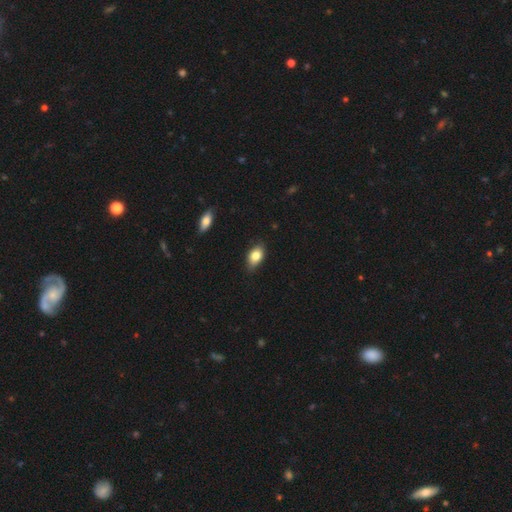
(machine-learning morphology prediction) Smooth or featured: smooth — 81% (featured or disk — 11%)
How rounded: in between — 88% (round — 9%)
Merging: none — 82% (minor disturbance — 15%)